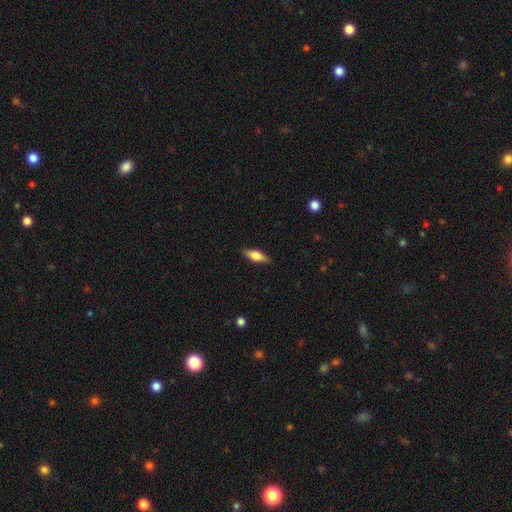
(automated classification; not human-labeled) The model was most divided on "how rounded": in between: 58%, cigar-shaped: 38%, round: 3%. More confident: merging — none (87%); smooth or featured — smooth (57%).